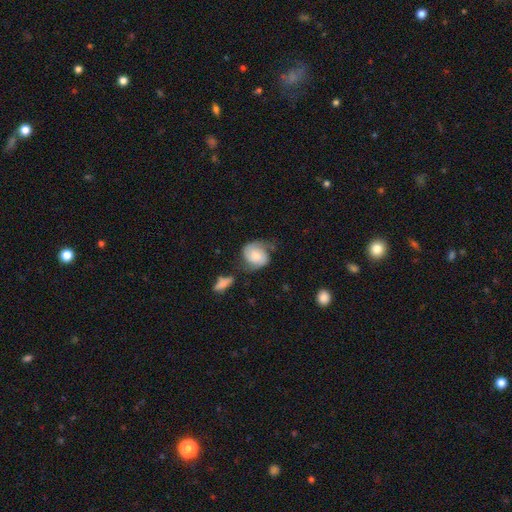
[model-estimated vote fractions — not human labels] Smooth or featured?
  - featured or disk: 56% *
  - smooth: 37%
  - star or artifact: 8%
Edge-on disk?
  - no: 97% *
  - yes: 3%
Bar?
  - no: 65% *
  - weak: 28%
  - strong: 6%
Spiral arms?
  - yes: 90% *
  - no: 10%
Bulge size?
  - moderate: 36% *
  - small: 34%
  - large: 14%
  - none: 13%
  - dominant: 4%
Merging?
  - none: 49% *
  - minor disturbance: 26%
  - major disturbance: 14%
  - merger: 11%